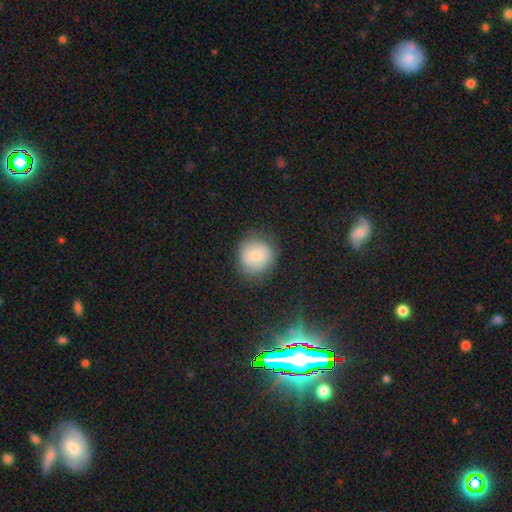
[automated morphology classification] Smooth or featured? Predicted: smooth (p=0.75). How rounded? Predicted: round (p=0.89). Merging? Predicted: none (p=0.79).